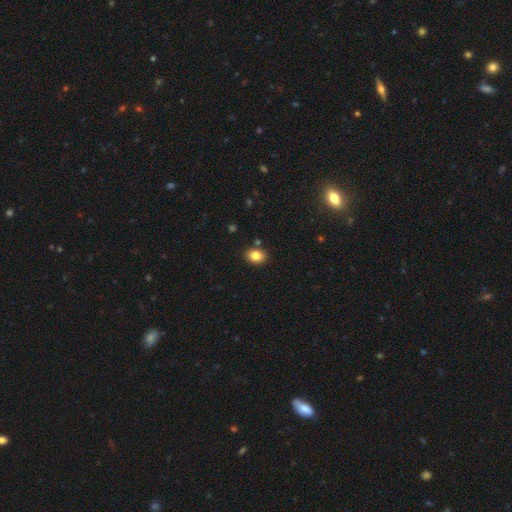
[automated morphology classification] This appears to be a smooth galaxy with no disk features (82%) that is in between round and cigar-shaped (63%). Merging: none (85%).